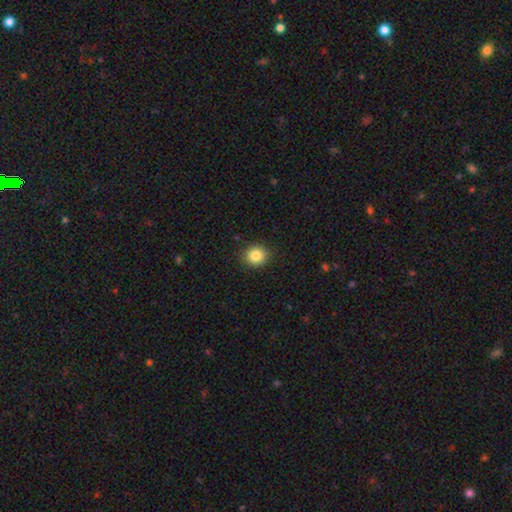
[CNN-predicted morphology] type=smooth (84%); roundness=round (80%); merging=none (90%).